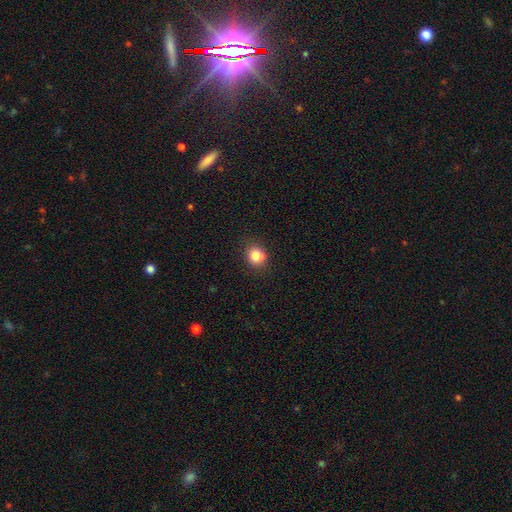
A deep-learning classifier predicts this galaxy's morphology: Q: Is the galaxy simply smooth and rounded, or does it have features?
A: smooth — 80%.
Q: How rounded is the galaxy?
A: round — 78%.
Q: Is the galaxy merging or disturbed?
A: none — 66%.